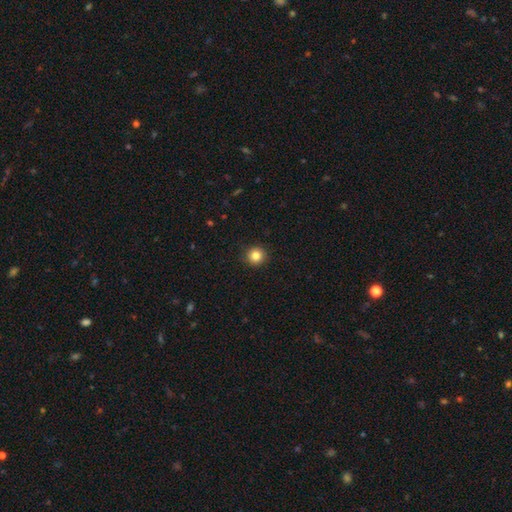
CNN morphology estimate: Overall: smooth (84%). How rounded: round (95%). Merging: none (92%).